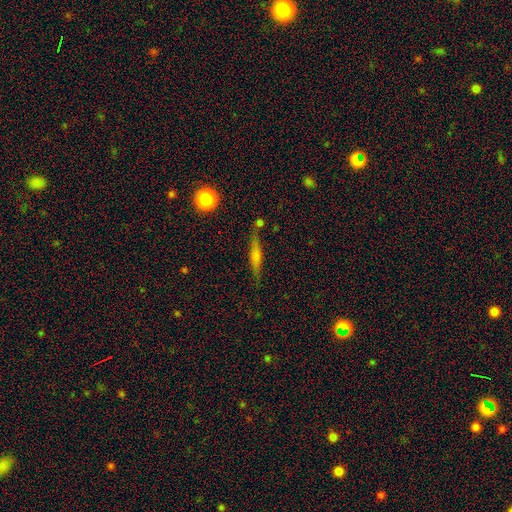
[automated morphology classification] type=smooth (51%); roundness=cigar-shaped (84%); merging=none (77%).